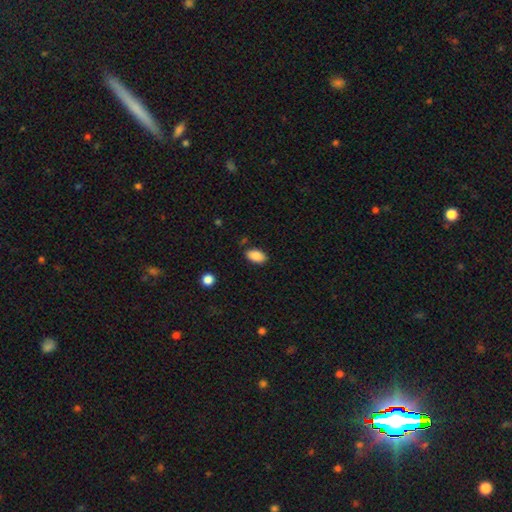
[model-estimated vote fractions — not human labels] Smooth or featured? smooth (87%)
How rounded? in between (94%)
Merging? none (84%)